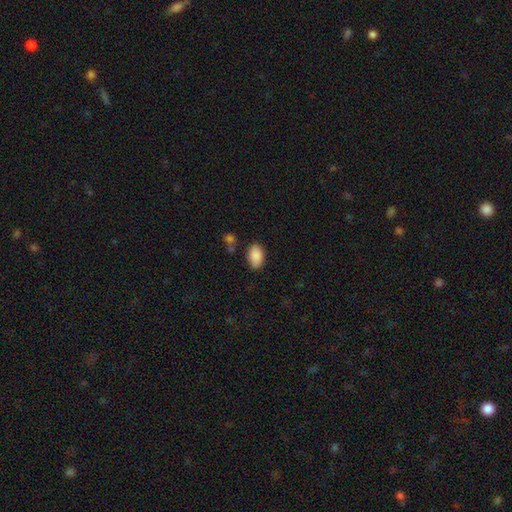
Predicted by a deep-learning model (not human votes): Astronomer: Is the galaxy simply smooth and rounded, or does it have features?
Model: smooth — 89%.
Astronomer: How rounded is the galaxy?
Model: in between — 92%.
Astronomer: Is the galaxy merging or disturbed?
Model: none — 81%.